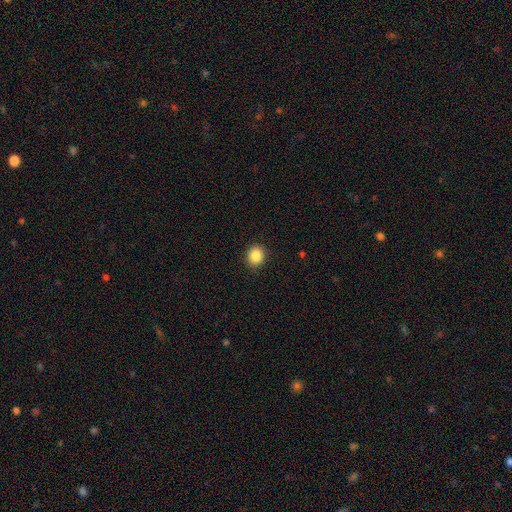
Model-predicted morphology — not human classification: This appears to be a smooth galaxy with no disk features (86%) that is round (80%). Merging: none (91%).